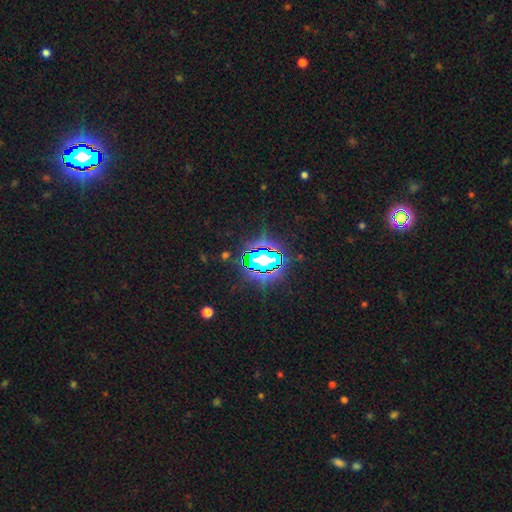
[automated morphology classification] This appears to be a star or artifact, not a galaxy (75%).